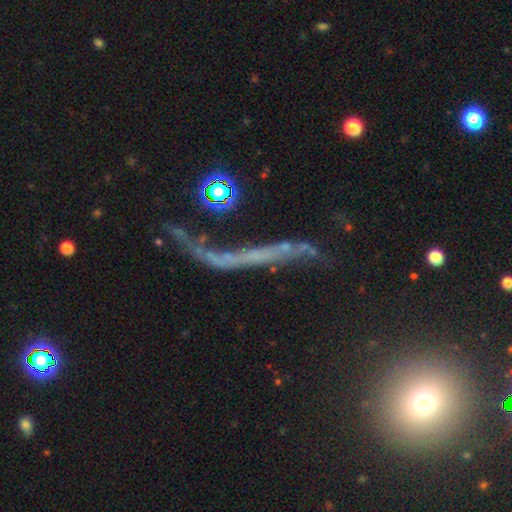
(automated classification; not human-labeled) Smooth or featured? Predicted: featured or disk (p=0.56). Edge-on disk? Predicted: no (p=0.54). Merging? Predicted: none (p=0.38).